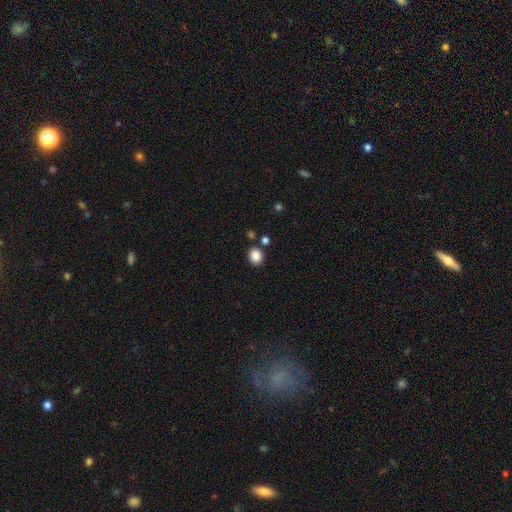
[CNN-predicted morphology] Smooth or featured? Predicted: smooth (p=0.87). How rounded? Predicted: round (p=0.74). Merging? Predicted: none (p=0.82).